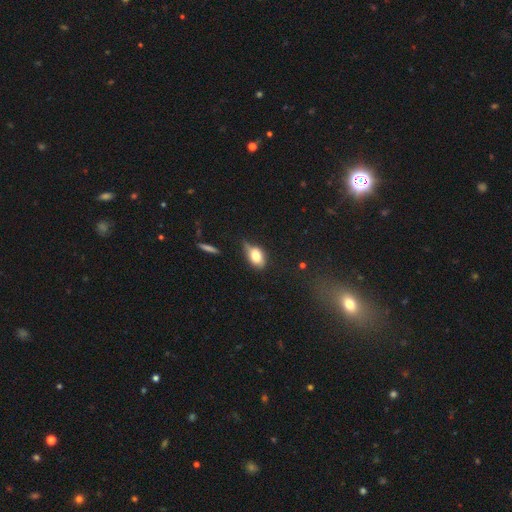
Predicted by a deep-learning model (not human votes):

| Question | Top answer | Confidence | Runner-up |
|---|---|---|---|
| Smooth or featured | smooth | 74% | featured or disk (17%) |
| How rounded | in between | 83% | round (14%) |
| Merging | none | 41% | tied: minor disturbance (41%) |